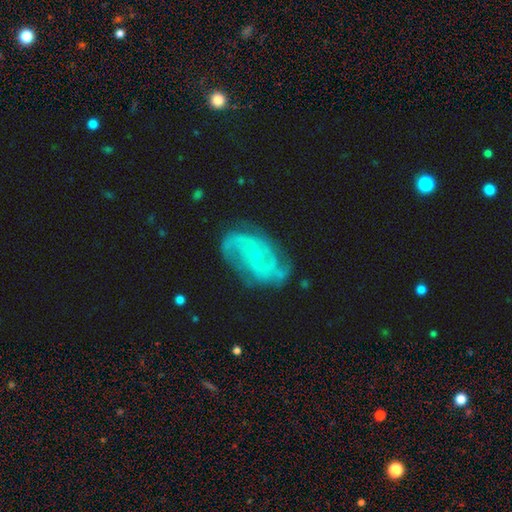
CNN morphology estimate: The model was most divided on "spiral winding": medium: 47%, tight: 33%, loose: 21%. More confident: edge-on disk — no (97%); spiral arms — yes (95%); smooth or featured — featured or disk (85%); bulge size — small (82%); merging — none (69%); spiral arm count — 2 (60%); bar — no (59%).